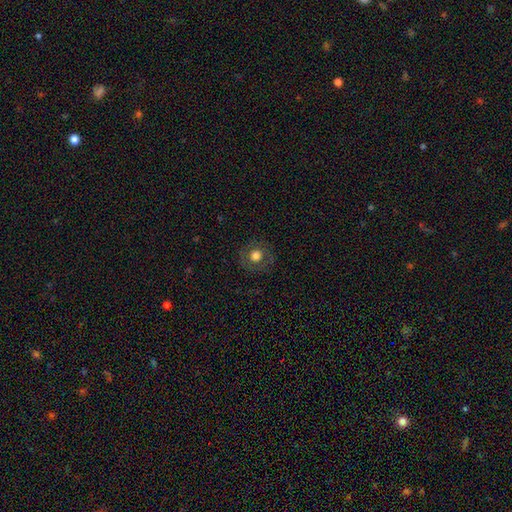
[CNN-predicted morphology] Smooth or featured? smooth (67%)
How rounded? round (90%)
Merging? none (85%)